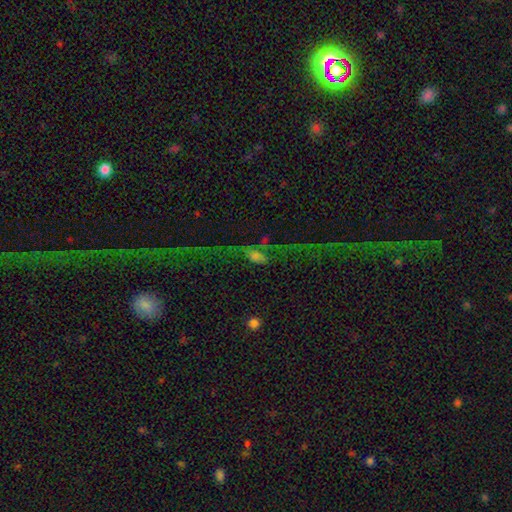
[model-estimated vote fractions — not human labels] Q: Smooth or featured?
A: smooth (35%); tied with: featured or disk (35%)
Q: Merging?
A: major disturbance (37%); runner-up: none (34%)